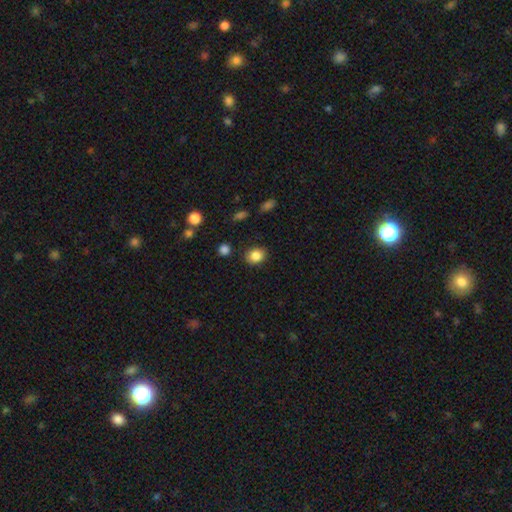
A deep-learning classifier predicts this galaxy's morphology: This is clearly a smooth galaxy (85%). How rounded: possibly round (54%). Merging: clearly none (84%).